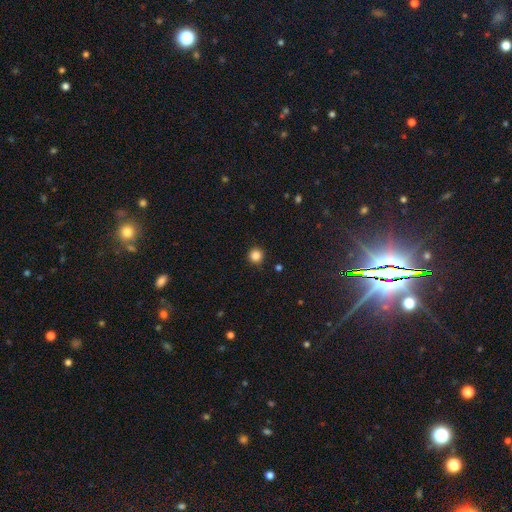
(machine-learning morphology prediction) A smooth galaxy with no disk features (85%) that is round (95%).

Vote fractions:
- Smooth or featured? smooth: 85% / star or artifact: 12% / featured or disk: 3%
- How rounded? round: 95% / in between: 4% / cigar-shaped: 1%
- Merging? none: 90% / minor disturbance: 7% / major disturbance: 2% / merger: 1%